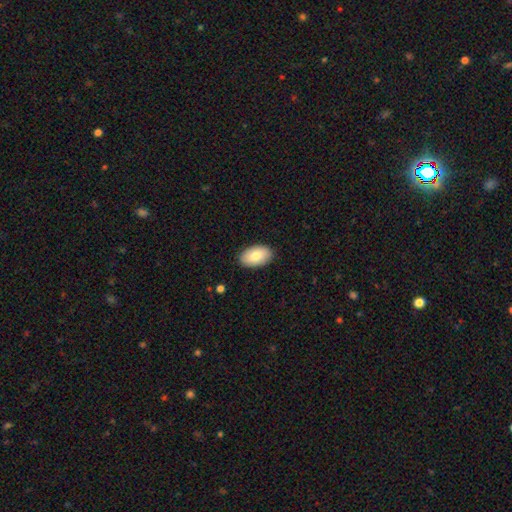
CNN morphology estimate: The model was most divided on "smooth or featured": smooth: 81%, featured or disk: 13%, star or artifact: 6%. More confident: how rounded — in between (95%); merging — none (89%).